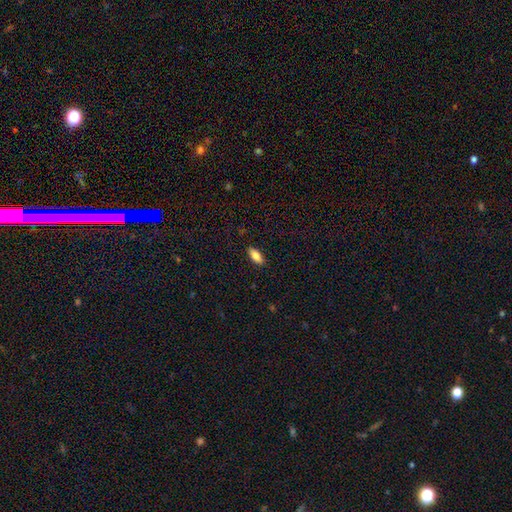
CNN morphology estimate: type=smooth (83%); roundness=in between (83%); merging=none (88%).